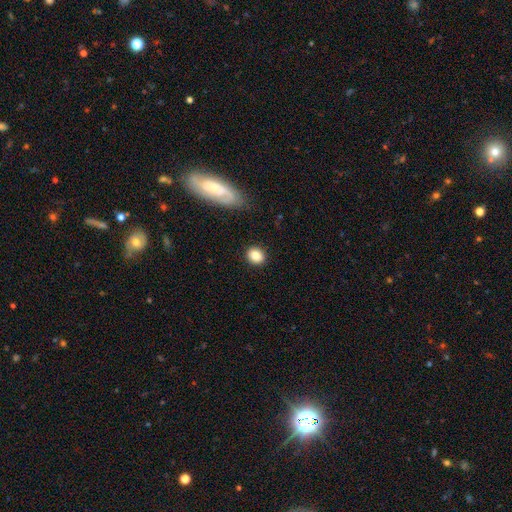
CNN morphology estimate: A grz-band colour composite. It shows a smooth galaxy with no disk features (85%) that is round (57%). Merging: none (87%).